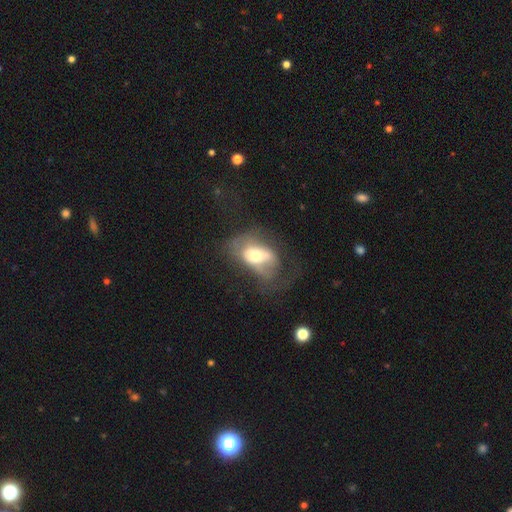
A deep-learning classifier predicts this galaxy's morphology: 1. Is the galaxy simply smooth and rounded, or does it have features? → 46% featured or disk, 45% smooth, 9% star or artifact.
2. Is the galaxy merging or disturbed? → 40% major disturbance, 34% none, 24% minor disturbance, 3% merger.